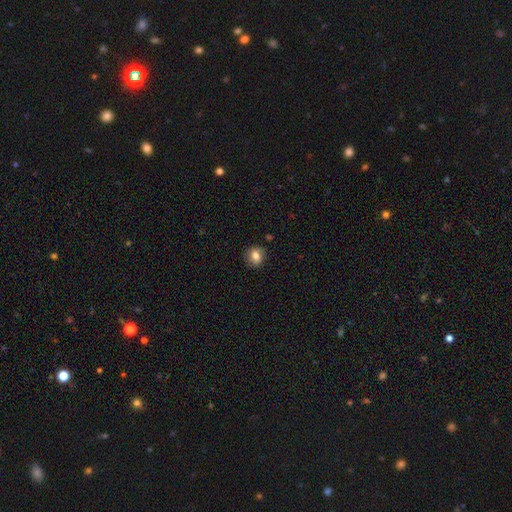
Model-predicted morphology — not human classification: Smooth or featured? smooth (79%)
How rounded? round (72%)
Merging? none (84%)